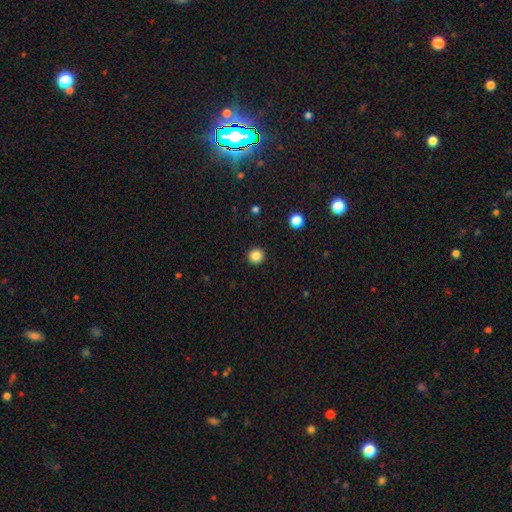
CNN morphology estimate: Overall: smooth (85%). How rounded: round (95%). Merging: none (93%).